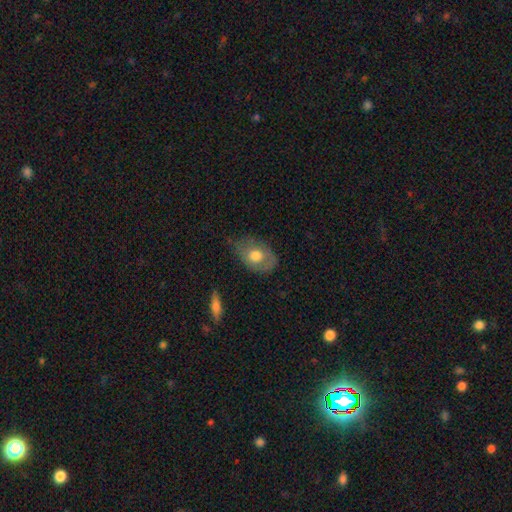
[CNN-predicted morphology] Smooth or featured: smooth — 66% (featured or disk — 27%)
How rounded: in between — 80% (round — 18%)
Merging: none — 55% (minor disturbance — 32%)